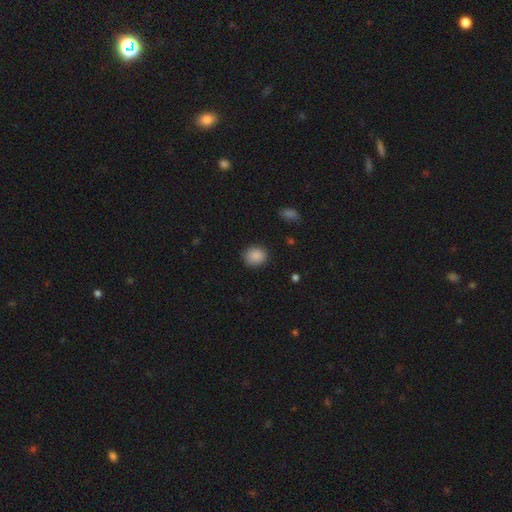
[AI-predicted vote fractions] This is clearly a smooth galaxy (88%). How rounded: likely round (72%). Merging: clearly none (85%).